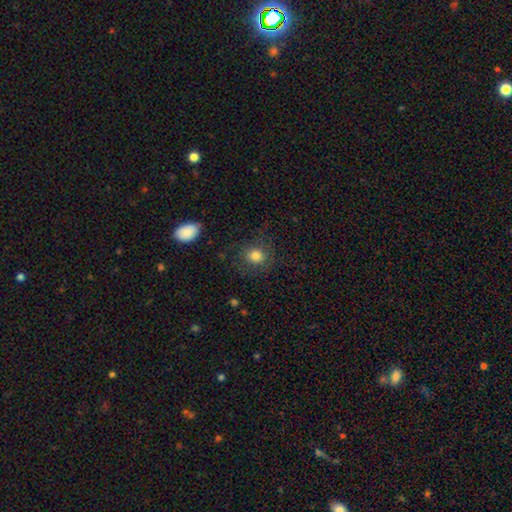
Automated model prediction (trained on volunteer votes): The model was most divided on "merging": none: 76%, minor disturbance: 14%, major disturbance: 8%, merger: 2%. More confident: how rounded — round (85%); smooth or featured — smooth (77%).